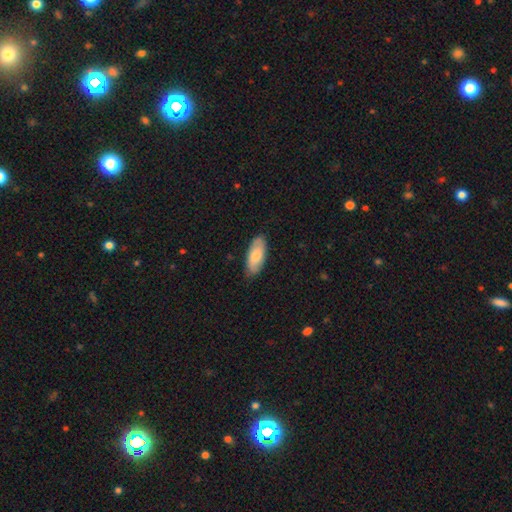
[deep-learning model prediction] Q: Smooth or featured?
A: smooth (74%); runner-up: featured or disk (21%)
Q: How rounded?
A: in between (85%); runner-up: cigar-shaped (13%)
Q: Merging?
A: none (84%); runner-up: minor disturbance (13%)